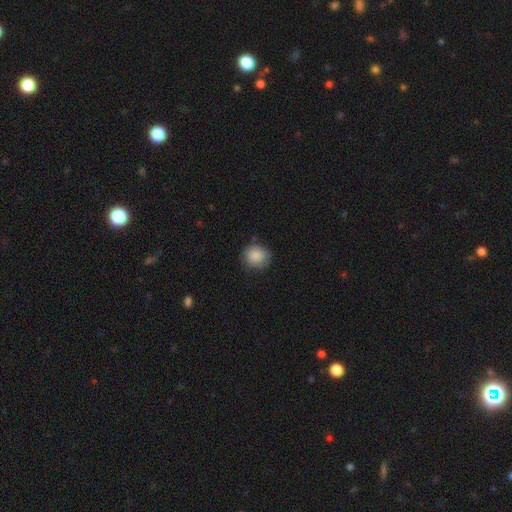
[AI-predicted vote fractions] smooth_or_featured: smooth (p=0.86) [alt: featured or disk p=0.07]
how_rounded: round (p=0.81) [alt: in between p=0.18]
merging: none (p=0.75) [alt: minor disturbance p=0.19]